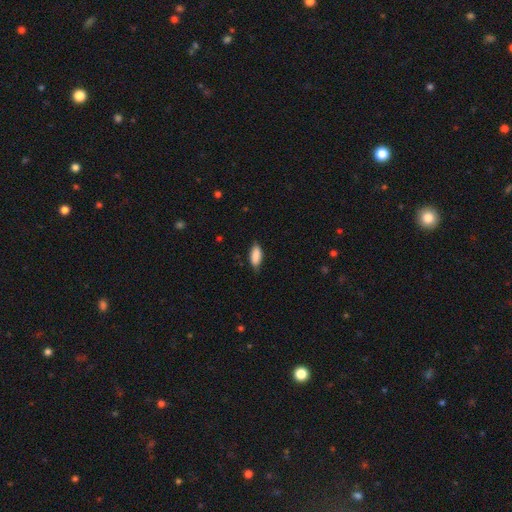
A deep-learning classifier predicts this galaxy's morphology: type=smooth (87%); roundness=in between (81%); merging=none (78%).